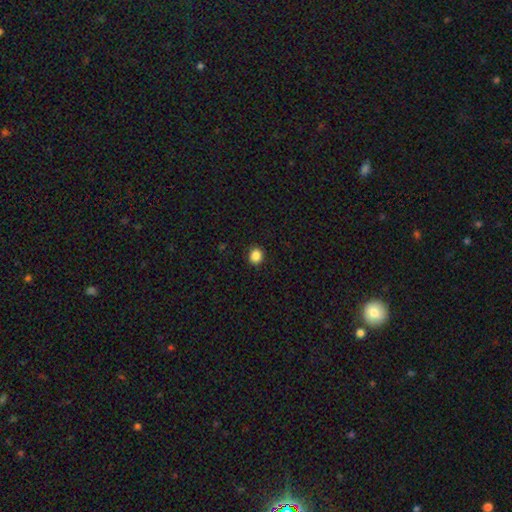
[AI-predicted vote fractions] A smooth galaxy with no disk features (87%) that is round (79%). Merging: none (92%).